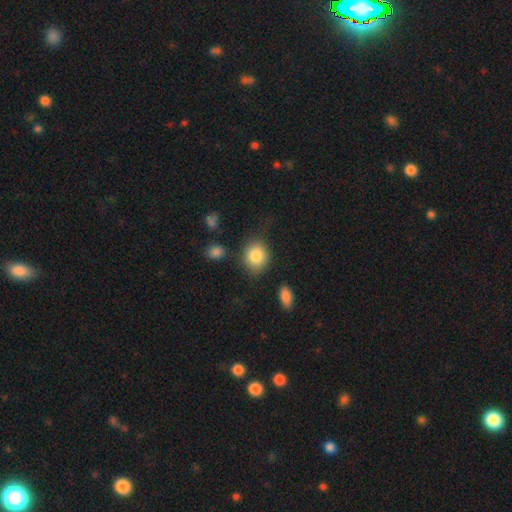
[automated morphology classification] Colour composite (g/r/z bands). It shows a smooth galaxy with no disk features (84%) that is round (67%). Merging: none (72%).